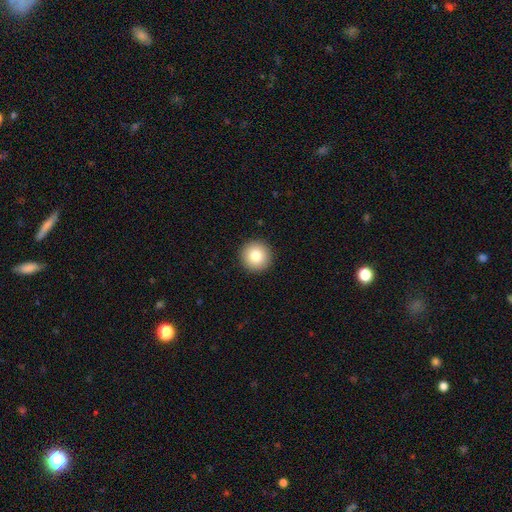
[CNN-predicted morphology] Smooth or featured?
  - smooth: 82% *
  - star or artifact: 10%
  - featured or disk: 9%
How rounded?
  - round: 96% *
  - in between: 3%
  - cigar-shaped: 1%
Merging?
  - none: 93% *
  - minor disturbance: 4%
  - major disturbance: 1%
  - merger: 1%